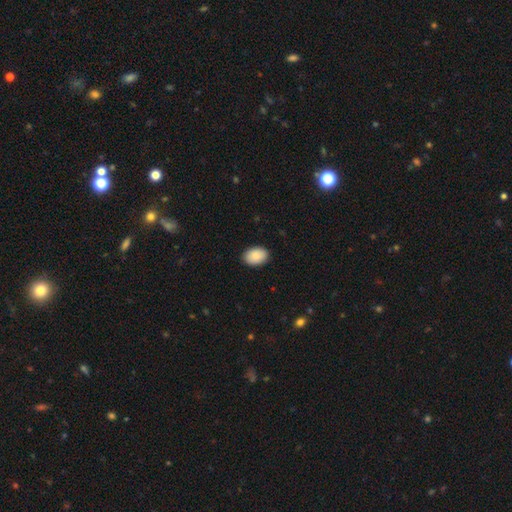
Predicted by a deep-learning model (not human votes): Morphology: type=smooth (90%); roundness=in between (87%); merging=none (90%).